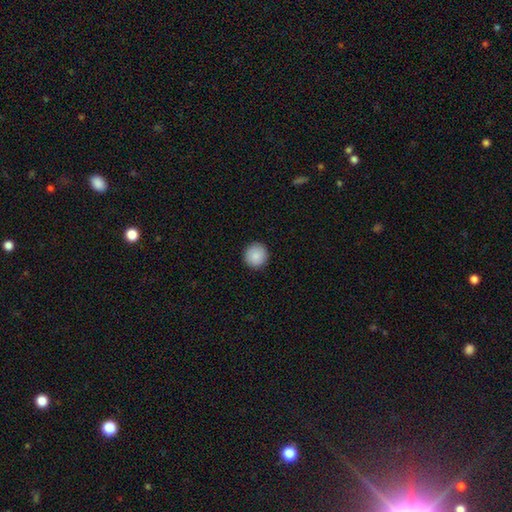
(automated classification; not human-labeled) Overall: smooth (87%). How rounded: round (94%). Merging: none (92%).